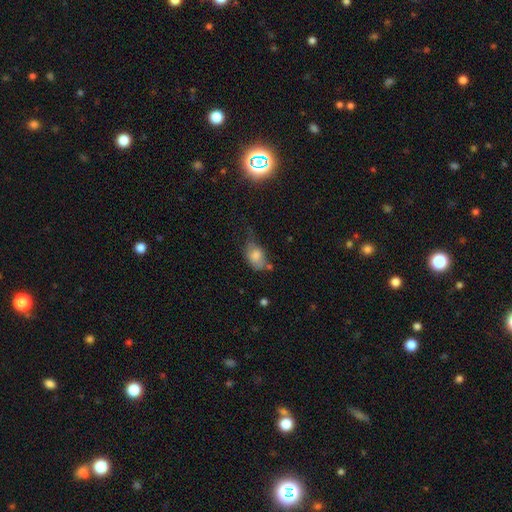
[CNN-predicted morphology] A smooth galaxy with no disk features (73%) that is in between round and cigar-shaped (82%).

Vote fractions:
- Smooth or featured? smooth: 73% / featured or disk: 18% / star or artifact: 9%
- How rounded? in between: 82% / round: 16% / cigar-shaped: 2%
- Merging? minor disturbance: 37% / none: 31% / major disturbance: 23% / merger: 9%